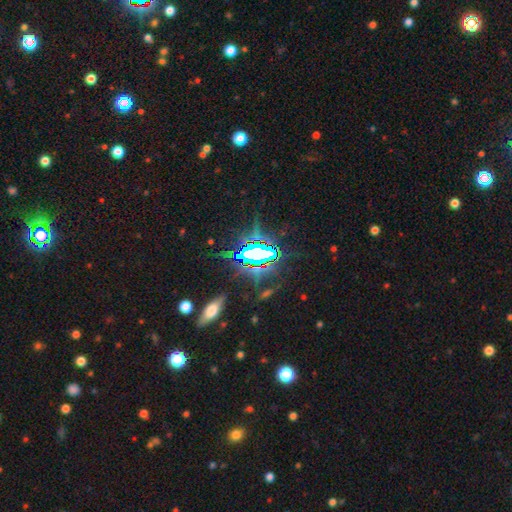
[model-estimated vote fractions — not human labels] Overall: star or artifact (75%).